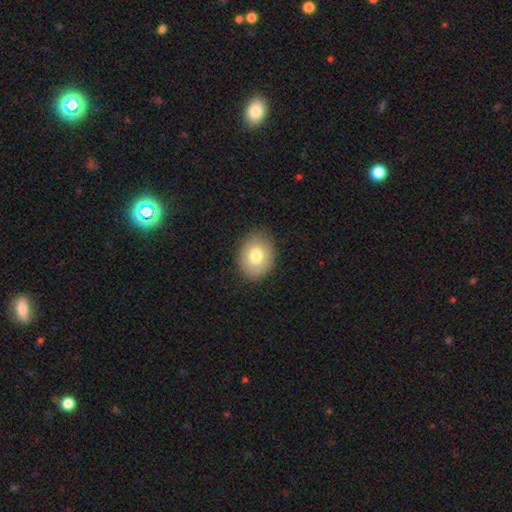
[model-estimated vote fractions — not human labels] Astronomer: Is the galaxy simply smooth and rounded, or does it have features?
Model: smooth — 74%.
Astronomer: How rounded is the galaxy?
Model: in between — 52% (runner-up: round, 47%).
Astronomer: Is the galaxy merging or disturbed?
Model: none — 86%.